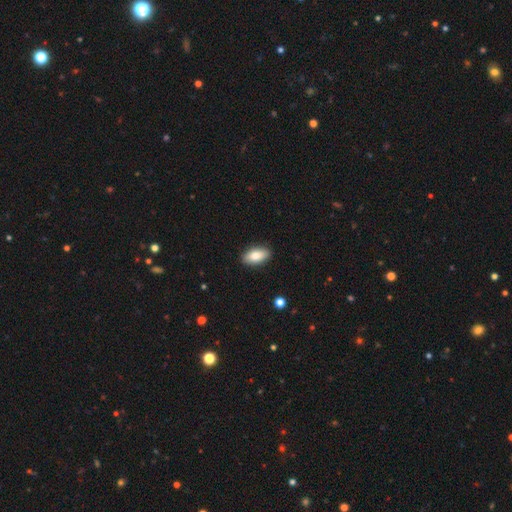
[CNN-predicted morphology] This is clearly a smooth galaxy (84%). How rounded: clearly in between (91%). Merging: clearly none (89%).